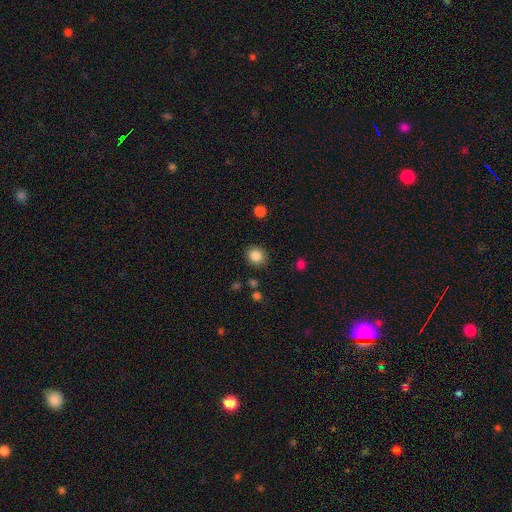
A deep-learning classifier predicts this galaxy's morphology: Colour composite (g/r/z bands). It shows a smooth galaxy with no disk features (86%) that is round (79%). Merging: none (87%).